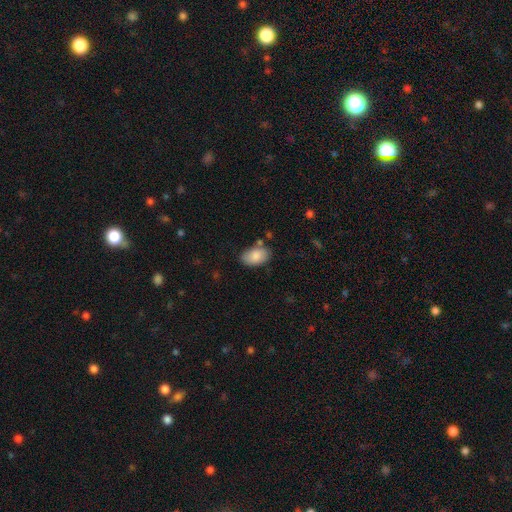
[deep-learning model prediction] smooth_or_featured: smooth (p=0.85) [alt: featured or disk p=0.08]
how_rounded: in between (p=0.92) [alt: round p=0.07]
merging: none (p=0.76) [alt: minor disturbance p=0.16]